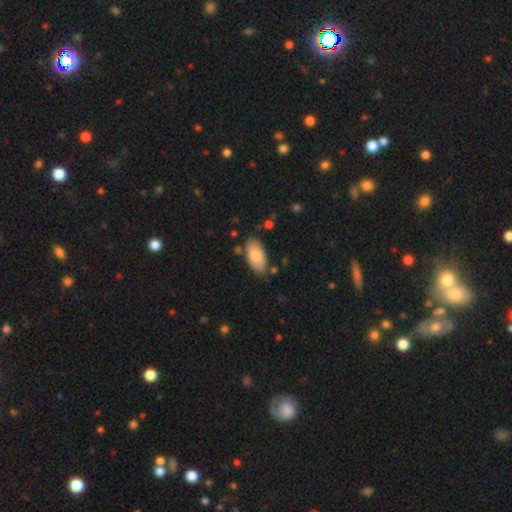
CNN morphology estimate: Smooth or featured: smooth — 81% (featured or disk — 13%)
How rounded: in between — 94% (cigar-shaped — 4%)
Merging: none — 80% (minor disturbance — 13%)